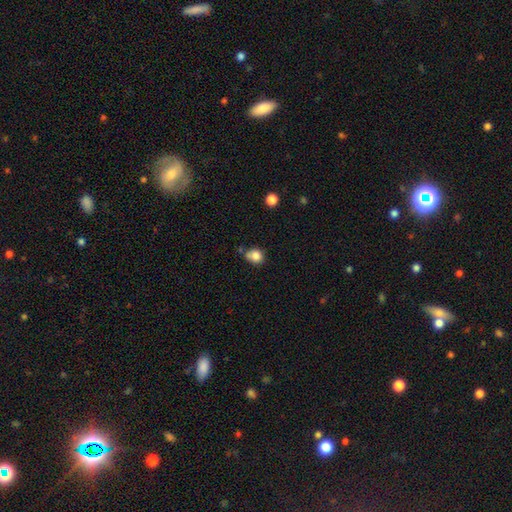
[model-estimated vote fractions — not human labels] Smooth or featured: smooth — 82% (star or artifact — 11%)
How rounded: round — 67% (in between — 32%)
Merging: none — 52% (minor disturbance — 25%)